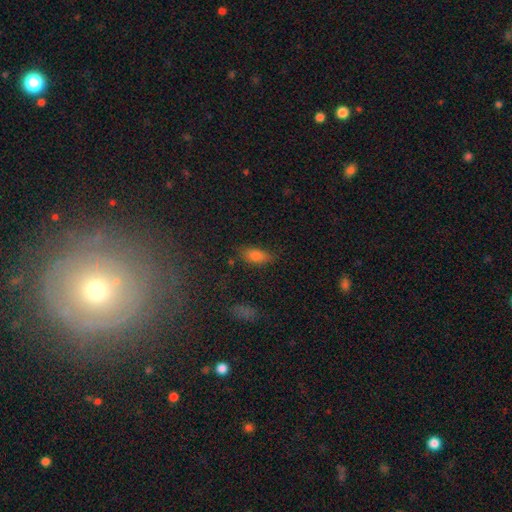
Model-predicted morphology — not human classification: Q: Smooth or featured?
A: smooth (77%); runner-up: star or artifact (12%)
Q: How rounded?
A: in between (85%); runner-up: cigar-shaped (11%)
Q: Merging?
A: none (76%); runner-up: minor disturbance (17%)